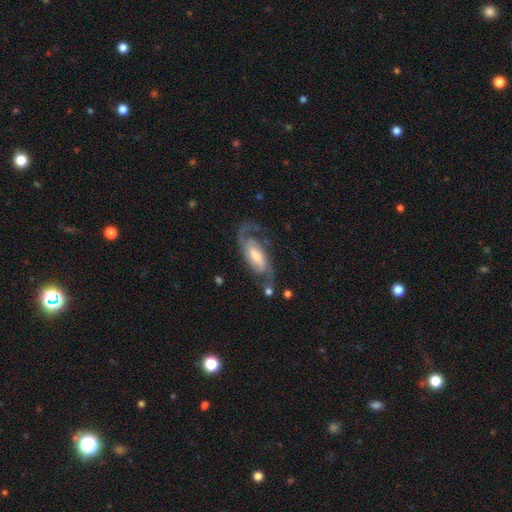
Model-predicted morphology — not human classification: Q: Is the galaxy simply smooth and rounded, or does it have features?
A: featured or disk — 86%.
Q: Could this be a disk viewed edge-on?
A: no — 95%.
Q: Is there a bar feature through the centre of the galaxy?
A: weak — 44%.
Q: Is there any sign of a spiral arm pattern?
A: yes — 97%.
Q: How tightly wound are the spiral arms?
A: medium — 52%.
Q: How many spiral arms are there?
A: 2 — 89%.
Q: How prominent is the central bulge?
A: moderate — 40%.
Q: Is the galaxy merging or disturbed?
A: none — 69%.